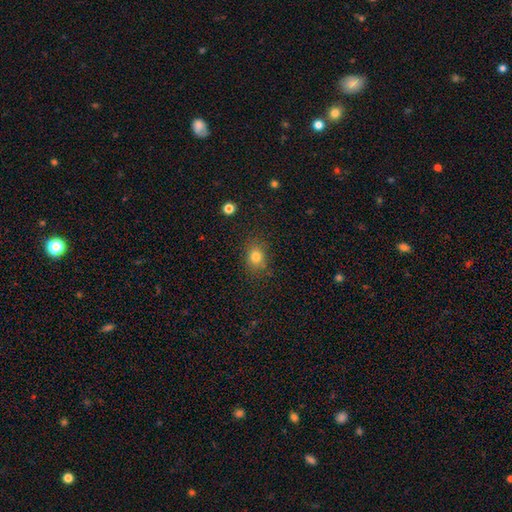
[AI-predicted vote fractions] Smooth or featured: smooth — 80% (star or artifact — 12%)
How rounded: round — 55% (in between — 44%)
Merging: none — 79% (minor disturbance — 14%)